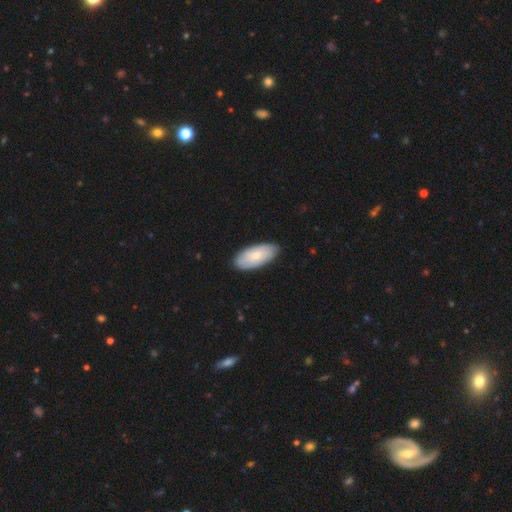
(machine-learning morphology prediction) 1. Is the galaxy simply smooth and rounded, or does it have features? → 67% smooth, 28% featured or disk, 5% star or artifact.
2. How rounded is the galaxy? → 92% in between, 6% cigar-shaped, 2% round.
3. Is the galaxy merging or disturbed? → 86% none, 11% minor disturbance, 2% major disturbance, 1% merger.